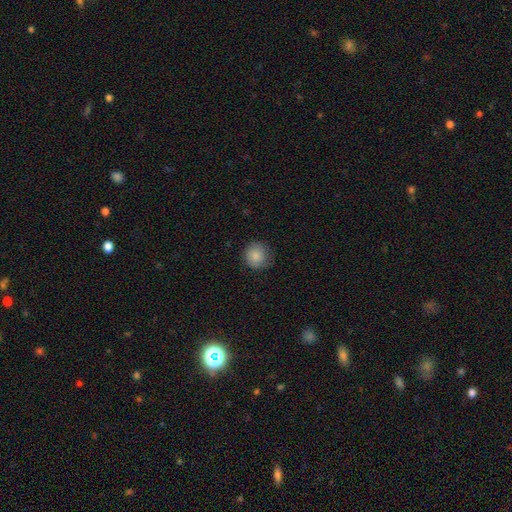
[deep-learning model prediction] Smooth or featured? Predicted: smooth (p=0.83). How rounded? Predicted: round (p=0.91). Merging? Predicted: none (p=0.78).